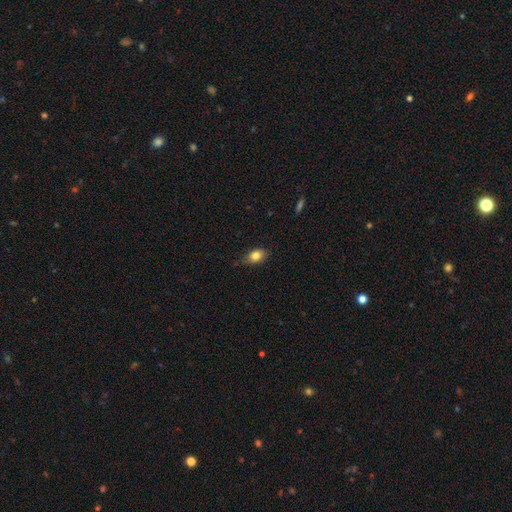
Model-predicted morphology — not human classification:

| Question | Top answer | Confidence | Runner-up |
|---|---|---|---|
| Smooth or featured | smooth | 82% | featured or disk (9%) |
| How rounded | in between | 79% | round (18%) |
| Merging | none | 78% | minor disturbance (18%) |